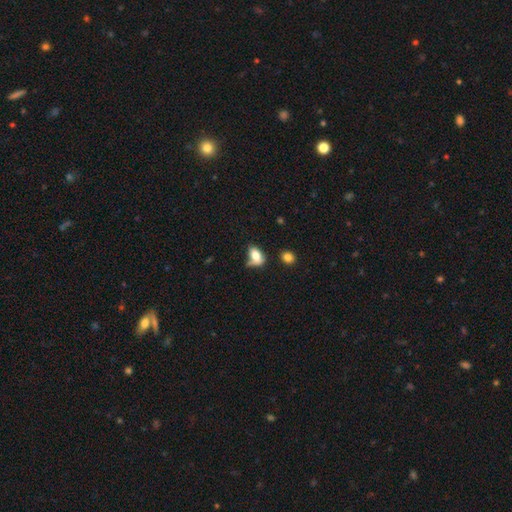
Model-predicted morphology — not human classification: smooth-or-featured: smooth: 77% | featured or disk: 15% | star or artifact: 9%
  how-rounded: in between: 86% | round: 10% | cigar-shaped: 4%
  merging: none: 40% | minor disturbance: 28% | merger: 17% | major disturbance: 15%